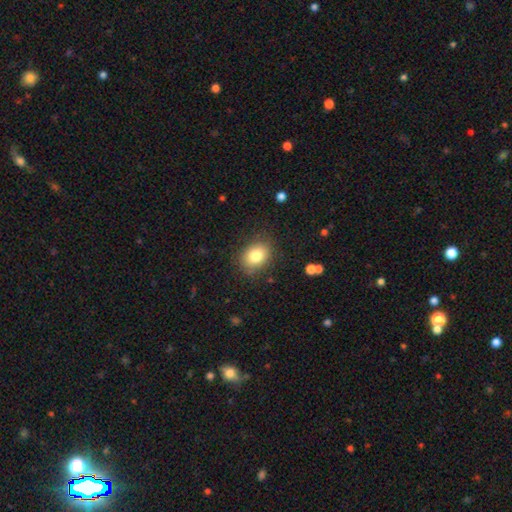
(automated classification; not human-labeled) Q: Smooth or featured?
A: smooth (81%); runner-up: featured or disk (9%)
Q: How rounded?
A: in between (57%); runner-up: round (42%)
Q: Merging?
A: none (82%); runner-up: minor disturbance (12%)